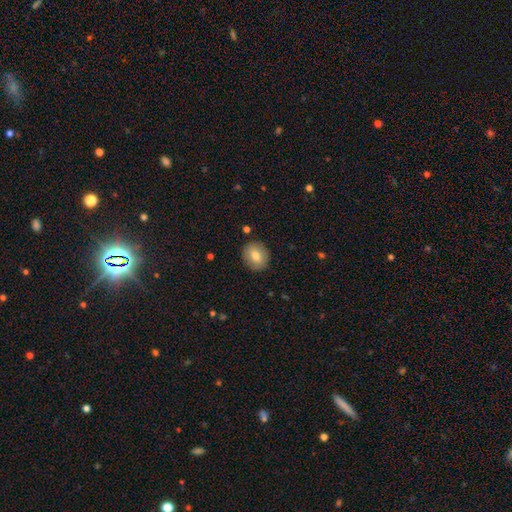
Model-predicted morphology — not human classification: The model was most divided on "how rounded": round: 72%, in between: 27%, cigar-shaped: 1%. More confident: merging — none (89%); smooth or featured — smooth (77%).